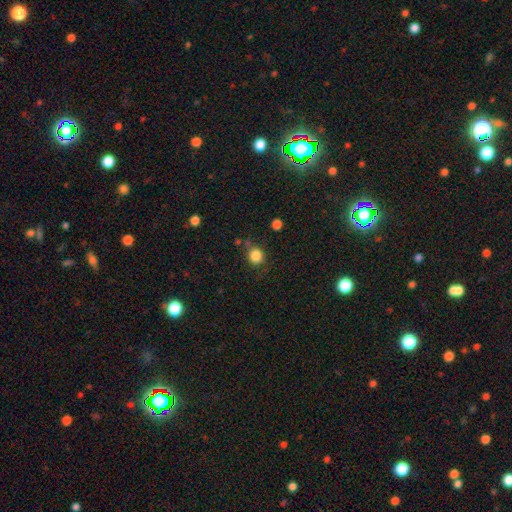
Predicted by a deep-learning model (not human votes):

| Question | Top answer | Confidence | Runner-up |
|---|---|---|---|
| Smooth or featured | smooth | 84% | star or artifact (11%) |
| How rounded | round | 84% | in between (15%) |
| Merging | none | 73% | minor disturbance (16%) |